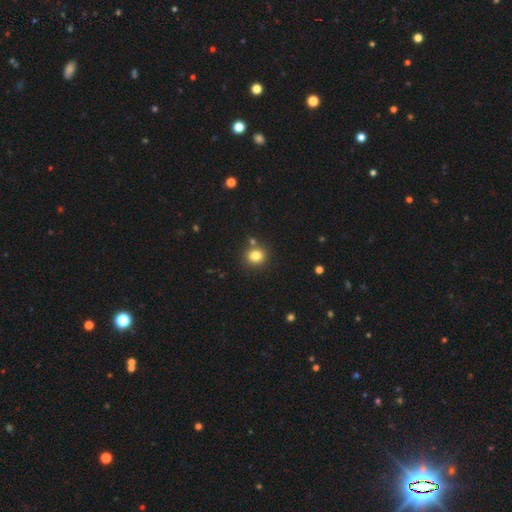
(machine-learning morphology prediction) smooth-or-featured: smooth: 82% | star or artifact: 12% | featured or disk: 6%
  how-rounded: round: 80% | in between: 19% | cigar-shaped: 1%
  merging: none: 78% | merger: 10% | minor disturbance: 9% | major disturbance: 3%